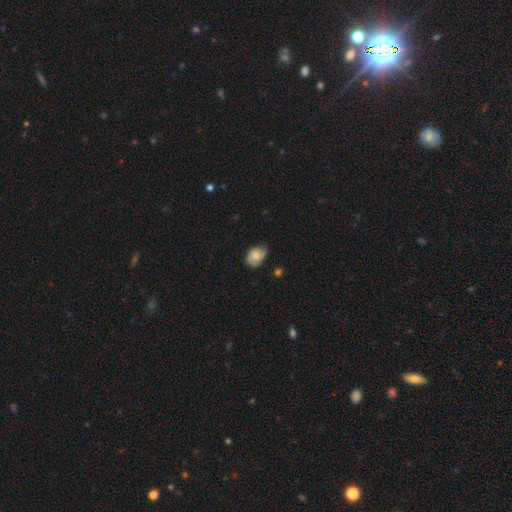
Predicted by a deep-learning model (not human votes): smooth-or-featured: smooth: 60% | featured or disk: 32% | star or artifact: 8%
  how-rounded: in between: 73% | round: 26% | cigar-shaped: 1%
  merging: none: 60% | minor disturbance: 31% | major disturbance: 7% | merger: 2%